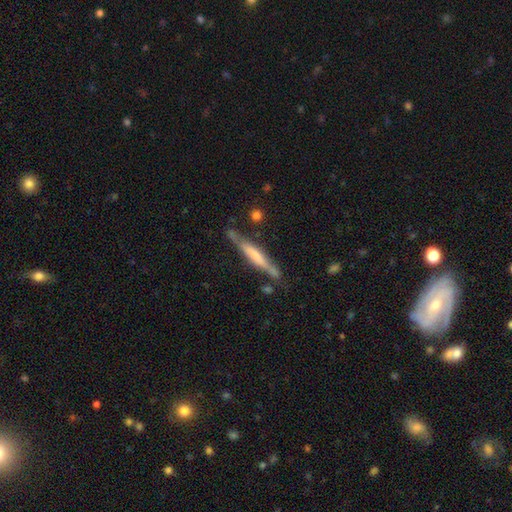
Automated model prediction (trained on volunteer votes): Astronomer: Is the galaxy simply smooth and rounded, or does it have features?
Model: featured or disk — 57% (runner-up: smooth, 37%).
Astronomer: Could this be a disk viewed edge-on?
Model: yes — 92%.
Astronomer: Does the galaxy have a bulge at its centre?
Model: boxy — 36% (runner-up: none, 34%).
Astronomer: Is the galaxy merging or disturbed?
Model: none — 71%.